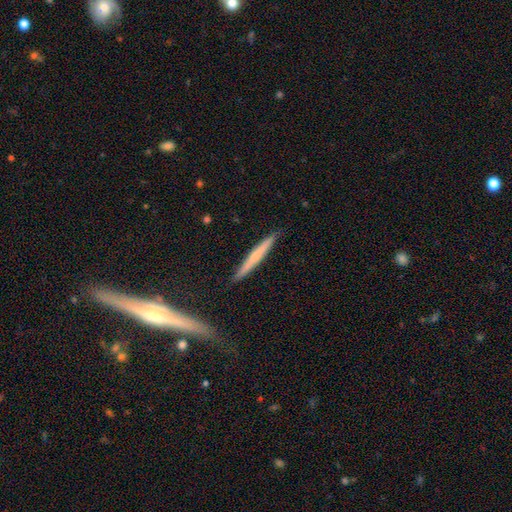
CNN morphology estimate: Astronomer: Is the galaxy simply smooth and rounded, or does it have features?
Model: smooth — 52% (runner-up: featured or disk, 42%).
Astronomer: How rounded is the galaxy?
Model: cigar-shaped — 96%.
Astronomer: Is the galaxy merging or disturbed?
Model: none — 87%.